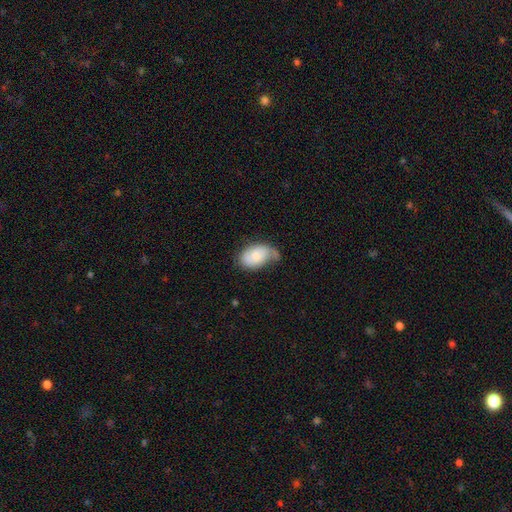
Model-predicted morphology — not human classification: A smooth galaxy with no disk features (69%) that is in between round and cigar-shaped (91%).

Vote fractions:
- Smooth or featured? smooth: 69% / featured or disk: 24% / star or artifact: 7%
- How rounded? in between: 91% / round: 8% / cigar-shaped: 1%
- Merging? none: 39% (tied) / minor disturbance: 39% (tied) / major disturbance: 16% / merger: 6%